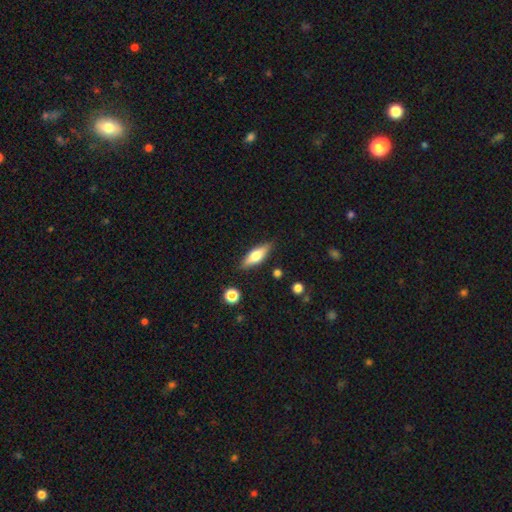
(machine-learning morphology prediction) A smooth galaxy with no disk features (62%) that is in between round and cigar-shaped (58%).

Vote fractions:
- Smooth or featured? smooth: 62% / featured or disk: 32% / star or artifact: 7%
- How rounded? in between: 58% / cigar-shaped: 39% / round: 3%
- Merging? none: 84% / minor disturbance: 12% / major disturbance: 3% / merger: 2%